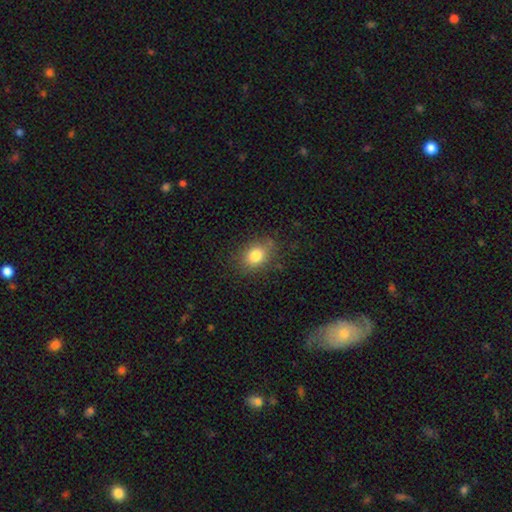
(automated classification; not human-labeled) Smooth or featured? smooth (81%)
How rounded? in between (57%)
Merging? none (79%)